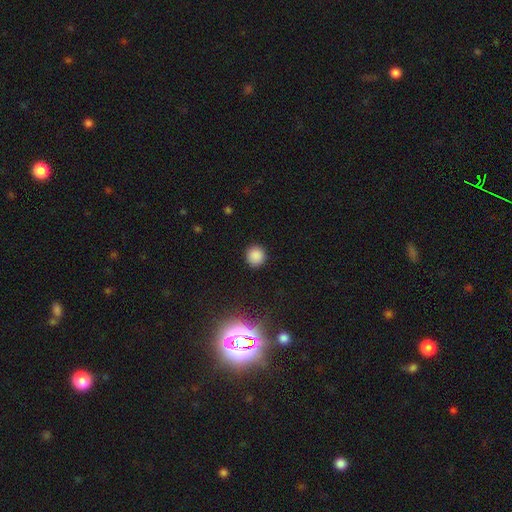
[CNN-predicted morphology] smooth 84%, star or artifact 12%, featured or disk 3%. Down the decision tree: how rounded — round (93%); merging — none (90%).